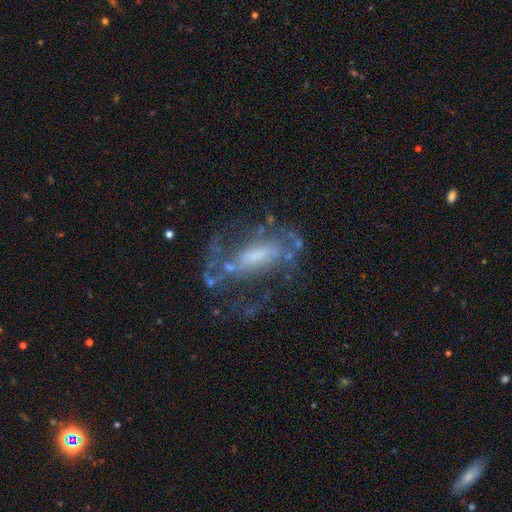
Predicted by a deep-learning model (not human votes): Smooth or featured? Predicted: featured or disk (p=0.78). Edge-on disk? Predicted: no (p=0.92). Bar? Predicted: weak (p=0.40). Spiral arms? Predicted: yes (p=0.78). Spiral winding? Predicted: medium (p=0.45). Spiral arm count? Predicted: 2 (p=0.57). Bulge size? Predicted: small (p=0.36). Merging? Predicted: none (p=0.54).